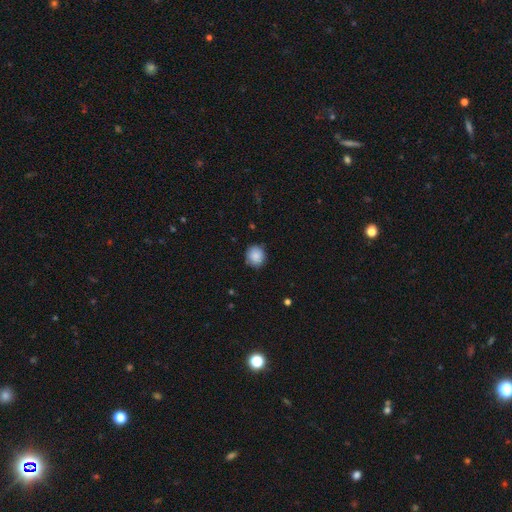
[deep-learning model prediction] A smooth galaxy with no disk features (87%) that is round (84%).

Vote fractions:
- Smooth or featured? smooth: 87% / star or artifact: 8% / featured or disk: 4%
- How rounded? round: 84% / in between: 15% / cigar-shaped: 1%
- Merging? none: 84% / minor disturbance: 12% / major disturbance: 2% / merger: 1%